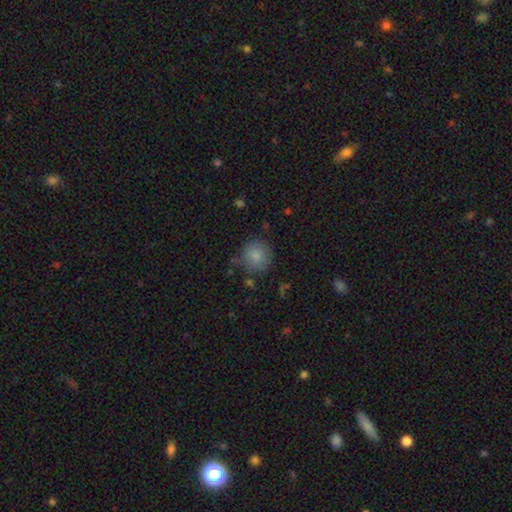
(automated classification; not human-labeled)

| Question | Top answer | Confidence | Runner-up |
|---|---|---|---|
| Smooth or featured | smooth | 83% | star or artifact (9%) |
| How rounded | round | 91% | in between (8%) |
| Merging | none | 74% | minor disturbance (17%) |